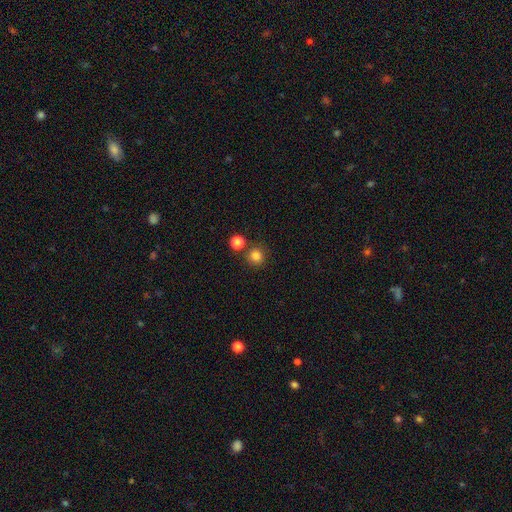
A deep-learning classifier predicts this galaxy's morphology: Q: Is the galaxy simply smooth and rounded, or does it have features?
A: smooth — 82%.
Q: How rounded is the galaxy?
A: round — 93%.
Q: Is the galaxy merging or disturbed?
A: none — 79%.